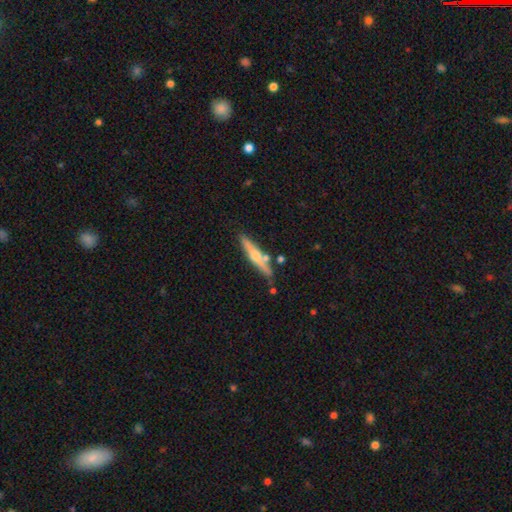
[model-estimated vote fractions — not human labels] Q: Smooth or featured?
A: featured or disk (61%); runner-up: smooth (33%)
Q: Edge-on disk?
A: yes (95%); runner-up: no (5%)
Q: Edge-on bulge?
A: rounded (92%); runner-up: none (6%)
Q: Merging?
A: none (79%); runner-up: minor disturbance (11%)